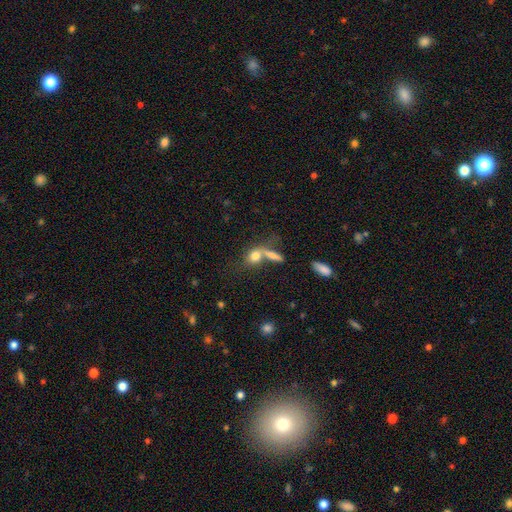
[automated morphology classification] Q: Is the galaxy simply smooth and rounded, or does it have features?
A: smooth — 76%.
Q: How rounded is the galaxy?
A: in between — 52%.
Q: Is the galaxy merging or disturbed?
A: merger — 43%.